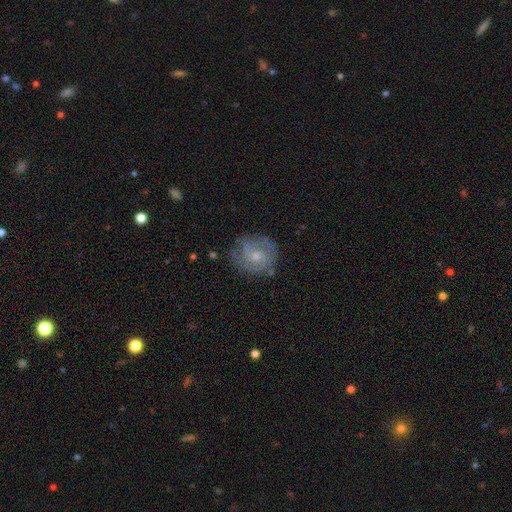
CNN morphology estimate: Smooth or featured?
  - featured or disk: 76% *
  - smooth: 18%
  - star or artifact: 7%
Edge-on disk?
  - no: 97% *
  - yes: 3%
Bar?
  - no: 63% *
  - weak: 32%
  - strong: 4%
Spiral arms?
  - yes: 91% *
  - no: 9%
Spiral winding?
  - tight: 56% *
  - medium: 35%
  - loose: 9%
Spiral arm count?
  - 2: 54% *
  - can't tell: 22%
  - 3: 14%
  - 1: 4%
  - 4: 3%
  - more than 4: 3%
Bulge size?
  - moderate: 49% *
  - small: 45%
  - none: 3%
  - large: 2%
  - dominant: 1%
Merging?
  - none: 74% *
  - minor disturbance: 18%
  - major disturbance: 6%
  - merger: 2%